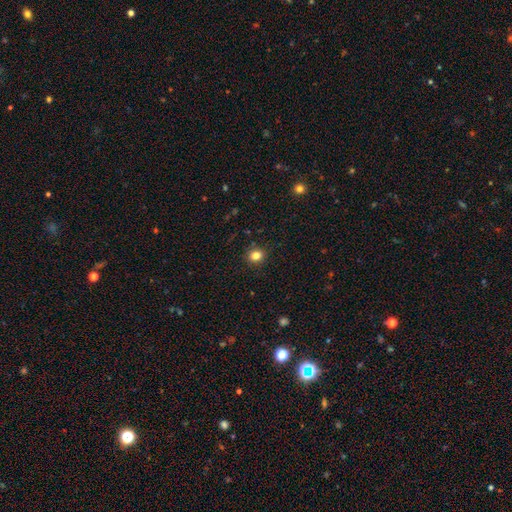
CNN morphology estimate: This appears to be a smooth galaxy with no disk features (82%) that is round (76%). Merging: none (90%).